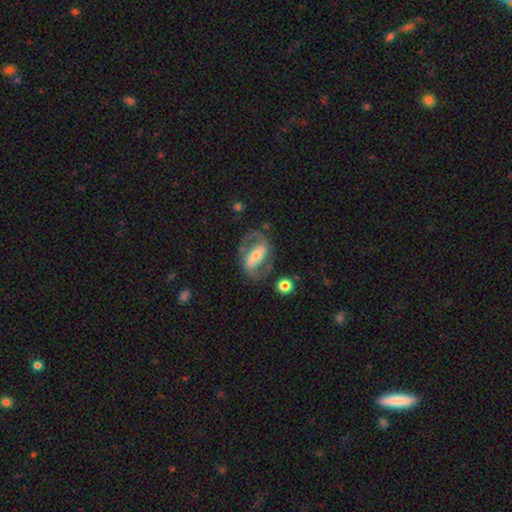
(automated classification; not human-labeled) A featured or disk galaxy (80%) with a strong bar (65%), 2 (88%) medium (50%) spiral arms (87%) and a moderate central bulge (44%). Merging: none (71%).